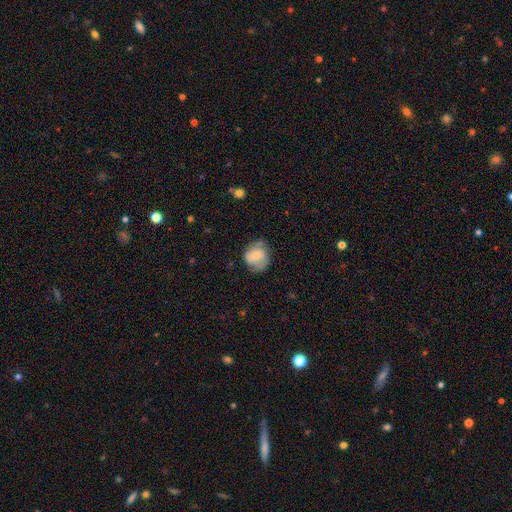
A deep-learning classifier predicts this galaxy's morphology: A smooth galaxy with no disk features (59%) that is round (71%). Merging: none (59%).